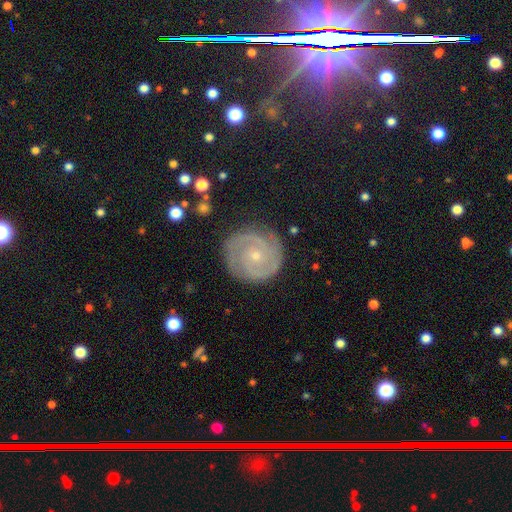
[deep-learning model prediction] smooth-or-featured: featured or disk: 88% | smooth: 6% | star or artifact: 6%
  disk-edge-on: no: 98% | yes: 2%
    bar: no: 71% | weak: 23% | strong: 6%
    has-spiral-arms: yes: 98% | no: 2%
      spiral-winding: tight: 72% | medium: 24% | loose: 4%
      spiral-arm-count: 2: 68% | 3: 13% | can't tell: 8% | 4: 4% | 1: 3% | more than 4: 3%
    bulge-size: small: 77% | moderate: 20% | none: 1% | large: 1% | dominant: 1%
  merging: none: 85% | minor disturbance: 11% | major disturbance: 3% | merger: 1%